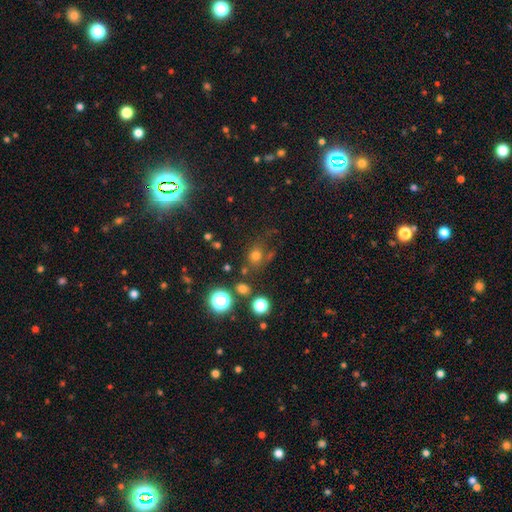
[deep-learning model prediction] This is likely a smooth galaxy (64%). How rounded: likely round (75%). Merging: likely none (66%).